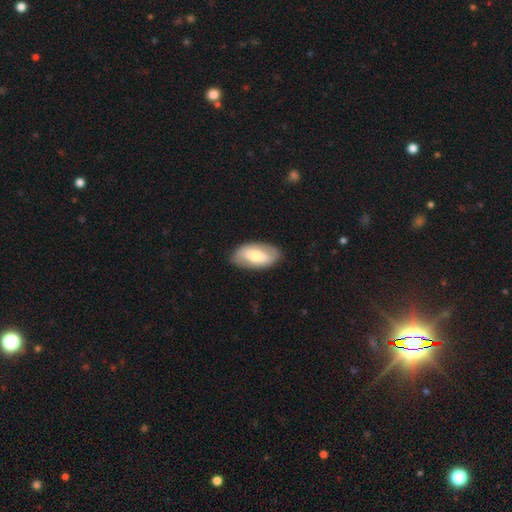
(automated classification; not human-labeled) smooth 53%, featured or disk 41%, star or artifact 5%. Down the decision tree: how rounded — in between (94%); merging — none (84%).